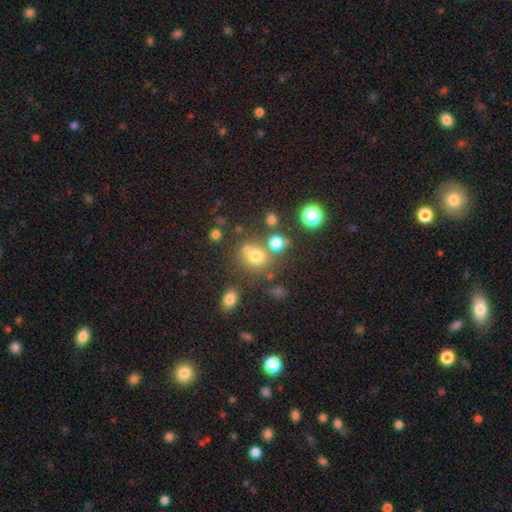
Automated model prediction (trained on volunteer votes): smooth-or-featured: smooth: 69% | star or artifact: 20% | featured or disk: 12%
  how-rounded: round: 78% | in between: 21% | cigar-shaped: 1%
  merging: none: 56% | merger: 27% | minor disturbance: 12% | major disturbance: 6%